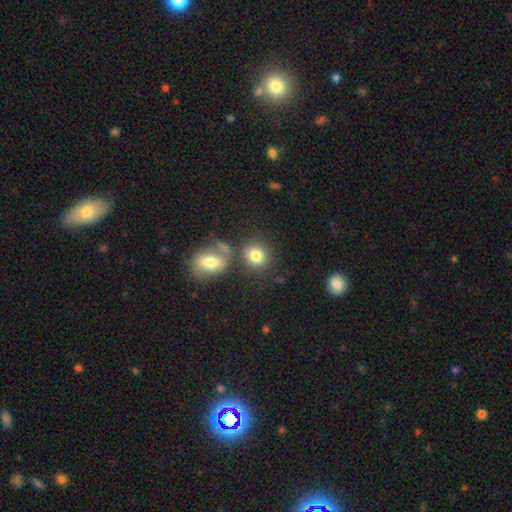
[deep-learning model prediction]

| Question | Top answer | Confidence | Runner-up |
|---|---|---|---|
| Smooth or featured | smooth | 79% | featured or disk (11%) |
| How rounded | round | 73% | in between (26%) |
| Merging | none | 61% | merger (23%) |